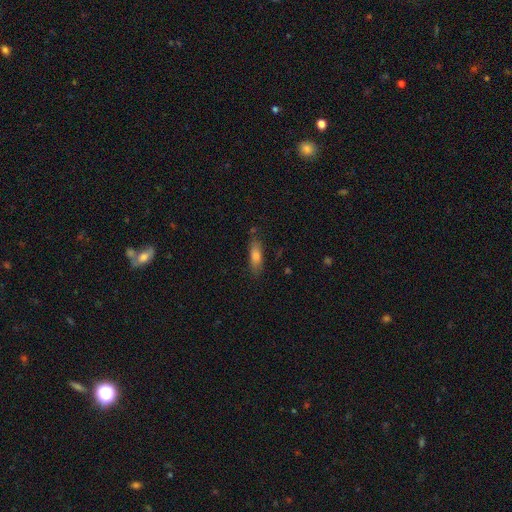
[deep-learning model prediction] Q: Smooth or featured?
A: smooth (68%); runner-up: featured or disk (24%)
Q: How rounded?
A: cigar-shaped (57%); runner-up: in between (40%)
Q: Merging?
A: none (80%); runner-up: minor disturbance (14%)